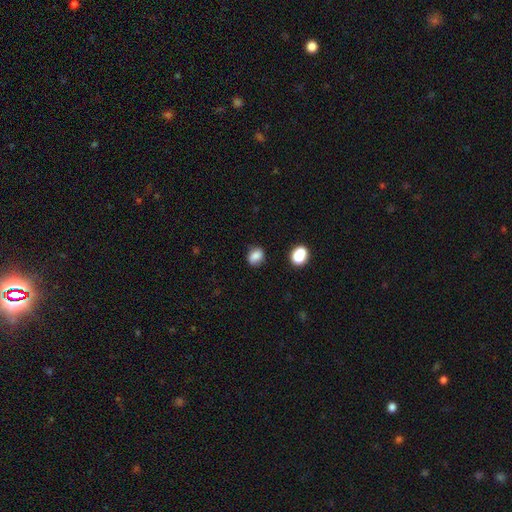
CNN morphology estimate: This appears to be a smooth galaxy with no disk features (82%) that is in between round and cigar-shaped (52%). Merging: none (76%).